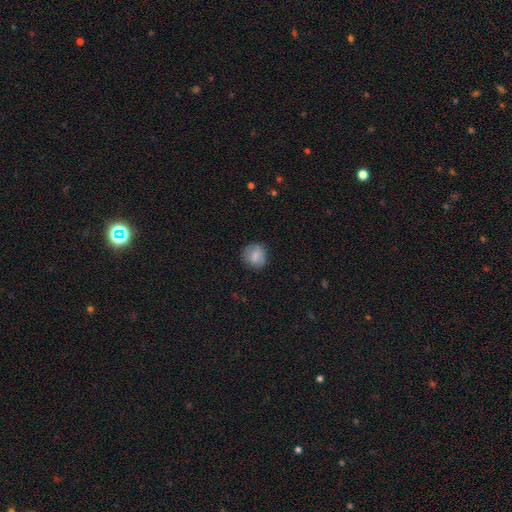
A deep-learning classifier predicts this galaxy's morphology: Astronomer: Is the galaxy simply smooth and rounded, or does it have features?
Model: smooth — 81%.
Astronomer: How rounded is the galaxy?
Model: round — 87%.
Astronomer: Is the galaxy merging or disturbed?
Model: none — 83%.